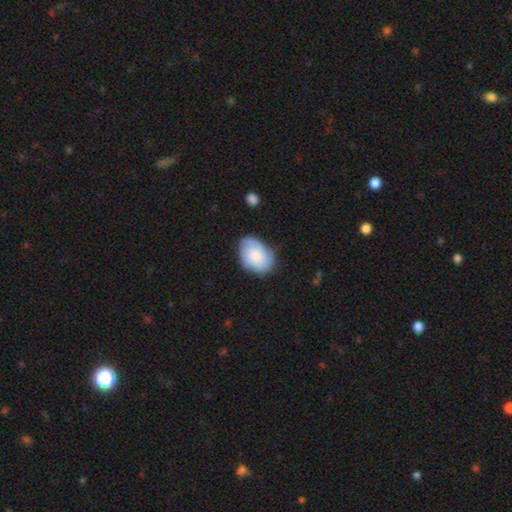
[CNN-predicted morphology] A smooth galaxy with no disk features (70%) that is in between round and cigar-shaped (78%).

Vote fractions:
- Smooth or featured? smooth: 70% / featured or disk: 24% / star or artifact: 7%
- How rounded? in between: 78% / round: 21% / cigar-shaped: 1%
- Merging? none: 65% / minor disturbance: 26% / major disturbance: 7% / merger: 2%